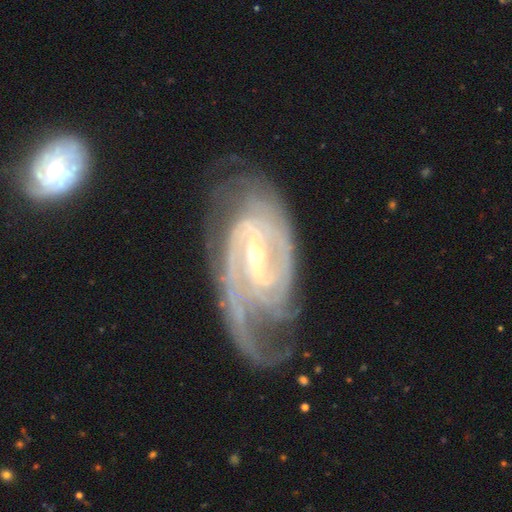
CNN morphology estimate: Smooth or featured: featured or disk — 92% (star or artifact — 5%)
Edge-on disk: no — 96% (yes — 4%)
Bar: strong — 51% (weak — 38%)
Spiral arms: yes — 98% (no — 2%)
Spiral winding: tight — 53% (medium — 37%)
Spiral arm count: 2 — 45% (3 — 17%)
Bulge size: small — 62% (moderate — 34%)
Merging: none — 62% (minor disturbance — 21%)